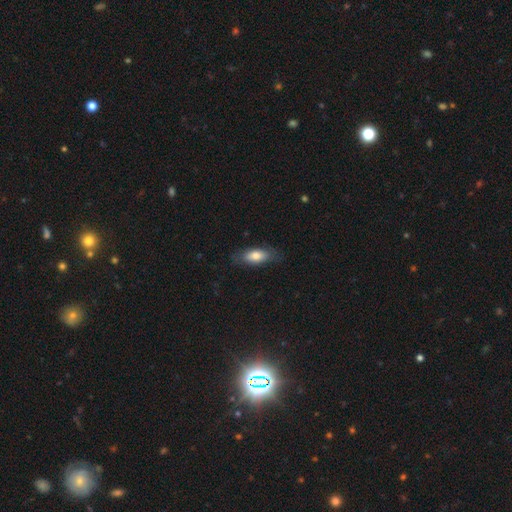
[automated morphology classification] Smooth or featured? smooth (76%)
How rounded? in between (80%)
Merging? none (77%)